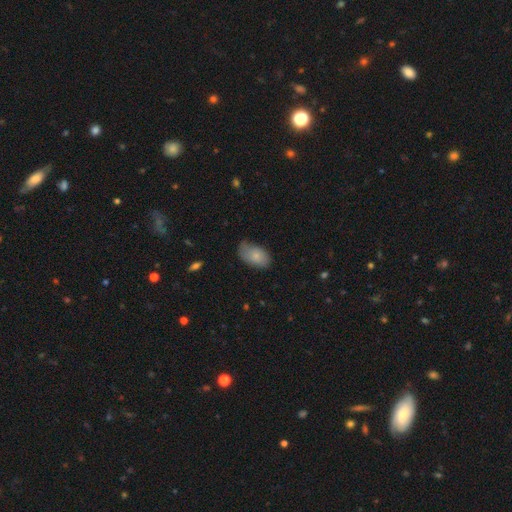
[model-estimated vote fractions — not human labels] This is likely a smooth galaxy (79%). How rounded: clearly in between (92%). Merging: possibly none (54%).